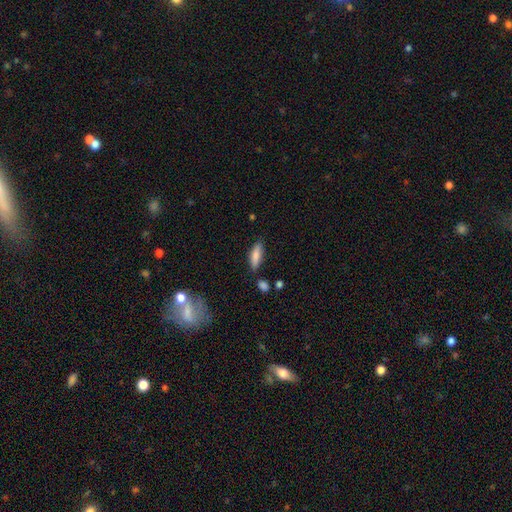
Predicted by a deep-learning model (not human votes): smooth-or-featured: smooth: 81% | featured or disk: 12% | star or artifact: 7%
  how-rounded: in between: 52% | cigar-shaped: 46% | round: 2%
  merging: none: 79% | minor disturbance: 14% | merger: 4% | major disturbance: 3%